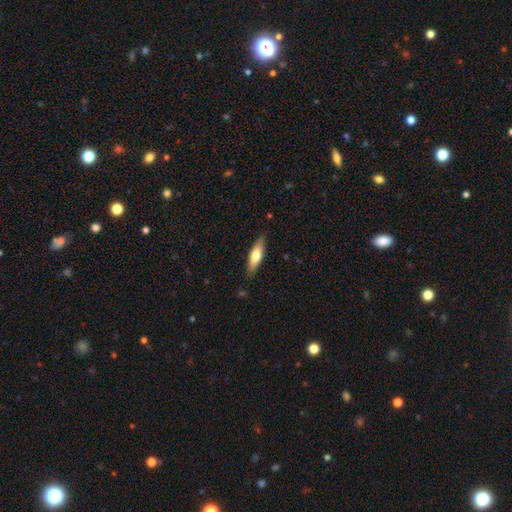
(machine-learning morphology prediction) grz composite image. It shows a smooth galaxy with no disk features (66%) that is cigar-shaped (54%). Merging: none (85%).